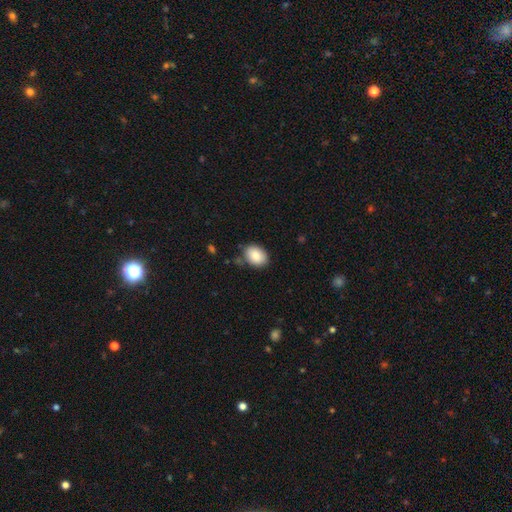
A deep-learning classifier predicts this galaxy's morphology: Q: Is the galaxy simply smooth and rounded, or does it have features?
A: smooth — 86%.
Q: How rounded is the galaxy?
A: in between — 73%.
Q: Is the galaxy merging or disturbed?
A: none — 81%.